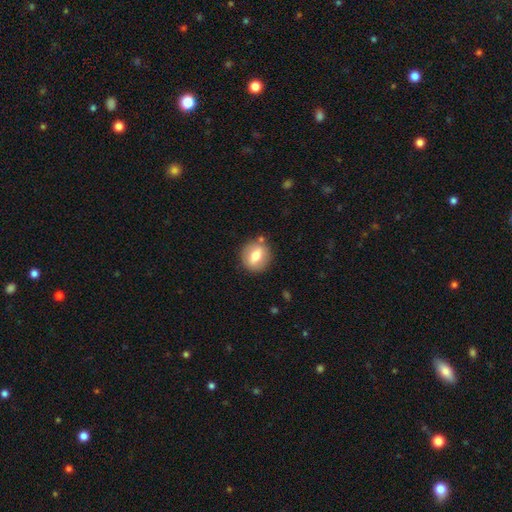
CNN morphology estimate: Smooth or featured: smooth — 65% (featured or disk — 27%)
How rounded: round — 71% (in between — 27%)
Merging: none — 82% (minor disturbance — 10%)